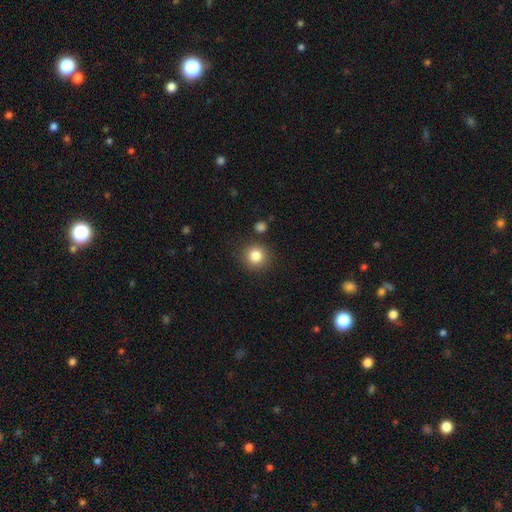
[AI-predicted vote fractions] smooth 84%, star or artifact 10%, featured or disk 6%. Down the decision tree: how rounded — round (92%); merging — none (87%).